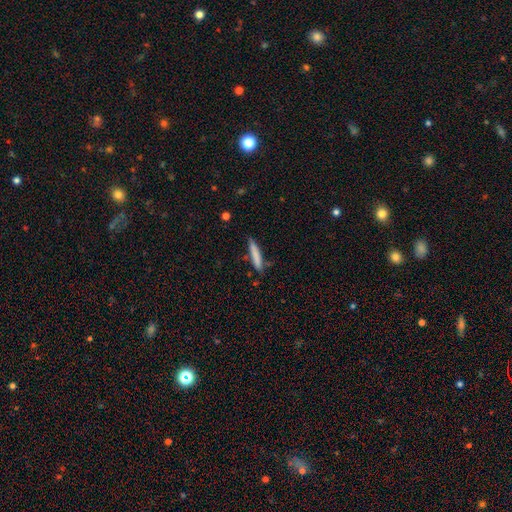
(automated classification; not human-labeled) Smooth or featured: smooth — 78% (featured or disk — 15%)
How rounded: cigar-shaped — 92% (in between — 7%)
Merging: none — 80% (minor disturbance — 15%)